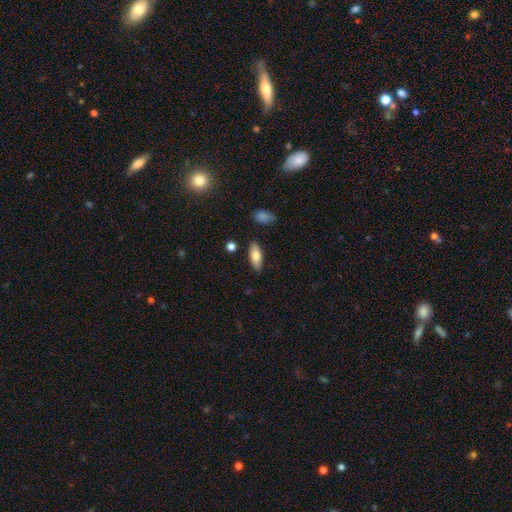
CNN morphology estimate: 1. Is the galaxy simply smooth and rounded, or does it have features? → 76% smooth, 17% featured or disk, 7% star or artifact.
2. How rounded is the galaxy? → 70% in between, 27% cigar-shaped, 2% round.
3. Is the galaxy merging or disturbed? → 85% none, 11% minor disturbance, 2% major disturbance, 2% merger.